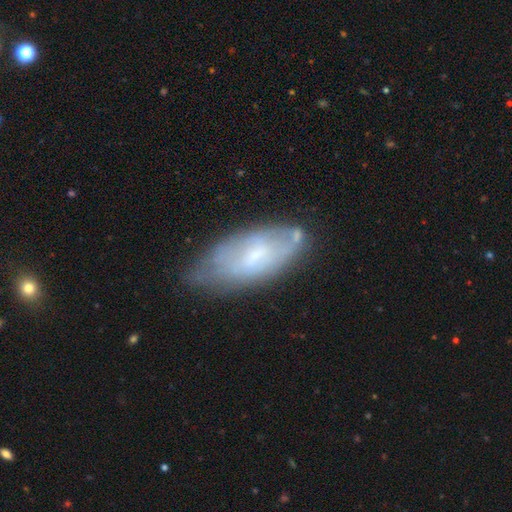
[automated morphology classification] Smooth or featured? featured or disk (51%)
Edge-on disk? no (85%)
Merging? none (62%)